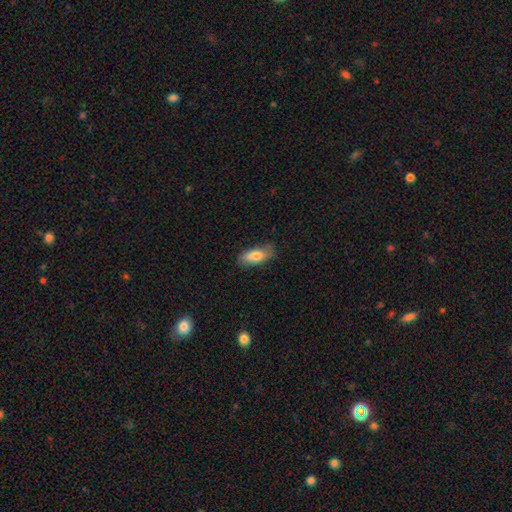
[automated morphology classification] Smooth or featured? Predicted: smooth (p=0.79). How rounded? Predicted: in between (p=0.76). Merging? Predicted: none (p=0.78).